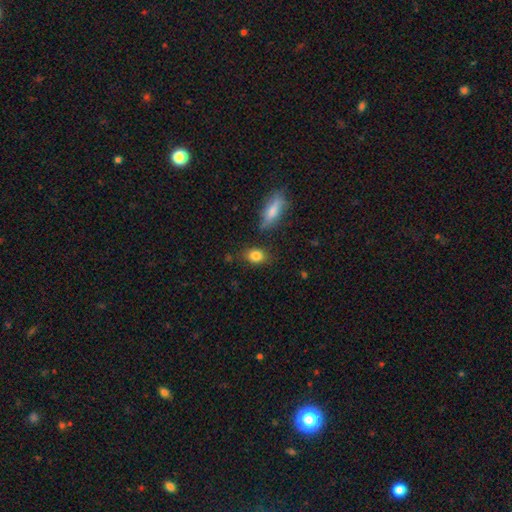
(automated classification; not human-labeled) smooth 83%, star or artifact 9%, featured or disk 8%. Down the decision tree: how rounded — in between (65%); merging — none (78%).